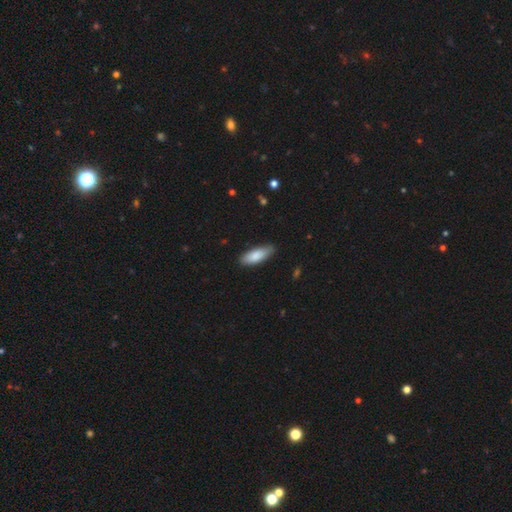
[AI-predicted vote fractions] Smooth or featured? Predicted: smooth (p=0.85). How rounded? Predicted: in between (p=0.67). Merging? Predicted: none (p=0.82).